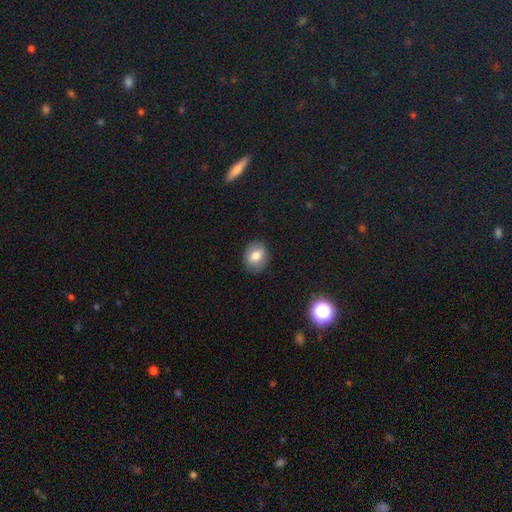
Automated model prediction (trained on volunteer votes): This appears to be a smooth galaxy with no disk features (79%) that is in between round and cigar-shaped (55%). Merging: none (86%).